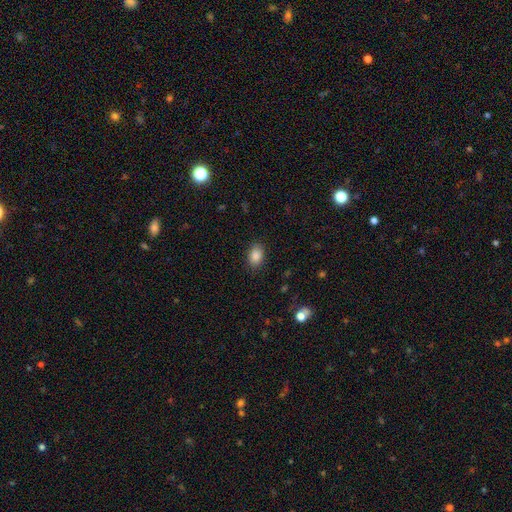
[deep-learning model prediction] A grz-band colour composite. It shows a smooth galaxy with no disk features (87%) that is in between round and cigar-shaped (84%). Merging: none (87%).